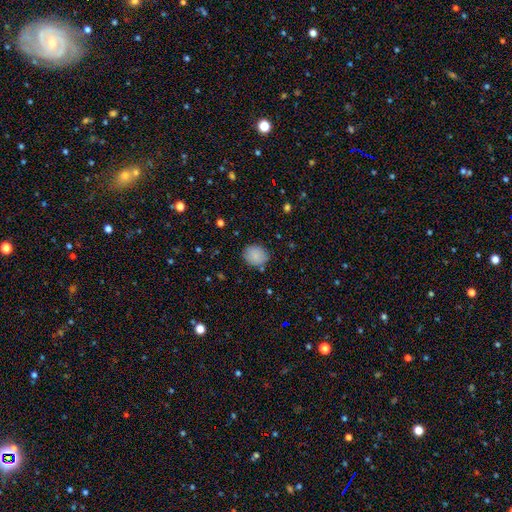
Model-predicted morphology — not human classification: smooth 87%, star or artifact 8%, featured or disk 5%. Down the decision tree: how rounded — round (70%); merging — none (85%).